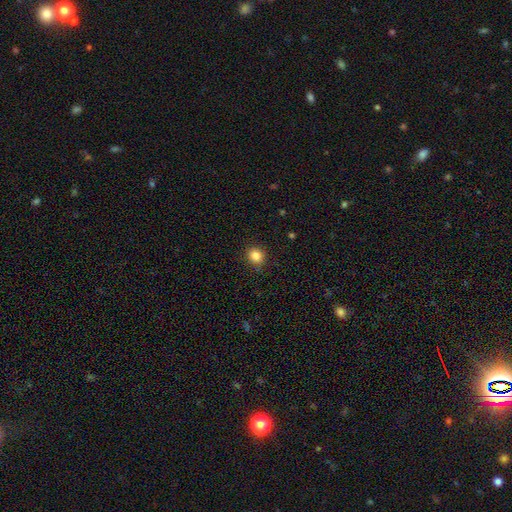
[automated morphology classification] Overall: smooth (85%). How rounded: round (83%). Merging: none (88%).